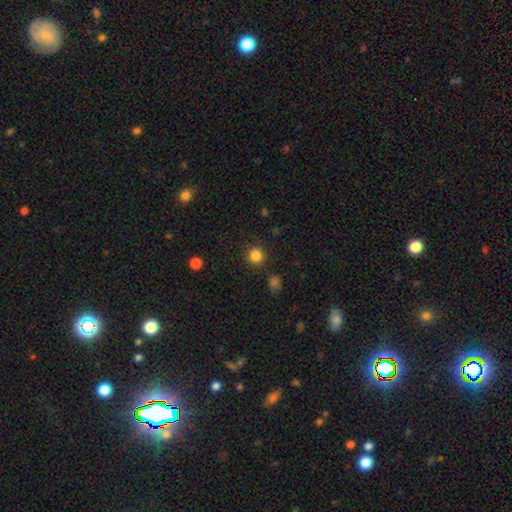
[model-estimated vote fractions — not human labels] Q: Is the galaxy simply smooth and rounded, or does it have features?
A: smooth — 84%.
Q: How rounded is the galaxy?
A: round — 94%.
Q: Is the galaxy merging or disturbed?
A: none — 90%.